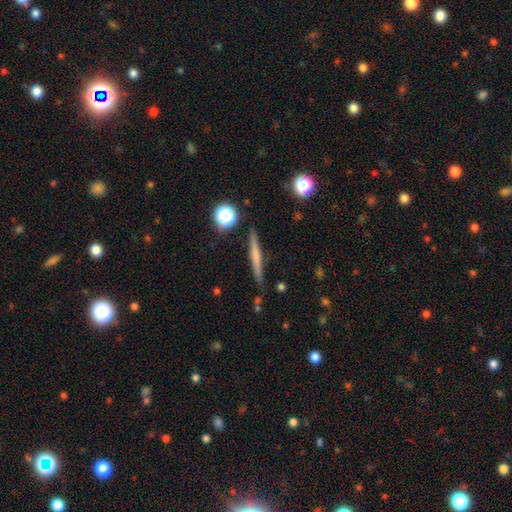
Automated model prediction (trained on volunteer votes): A smooth galaxy with no disk features (50%). Merging: none (87%).